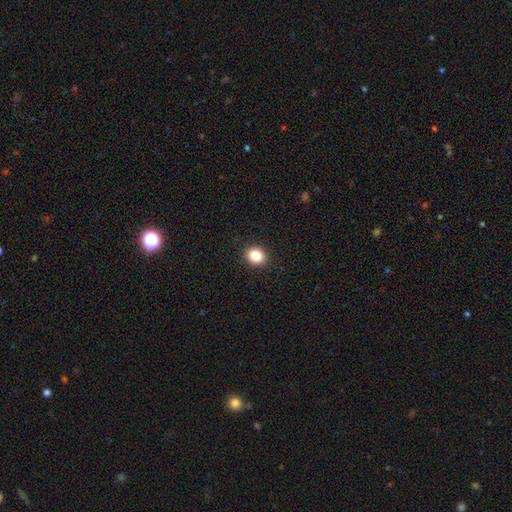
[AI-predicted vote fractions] Overall: smooth (84%). How rounded: round (72%). Merging: none (91%).